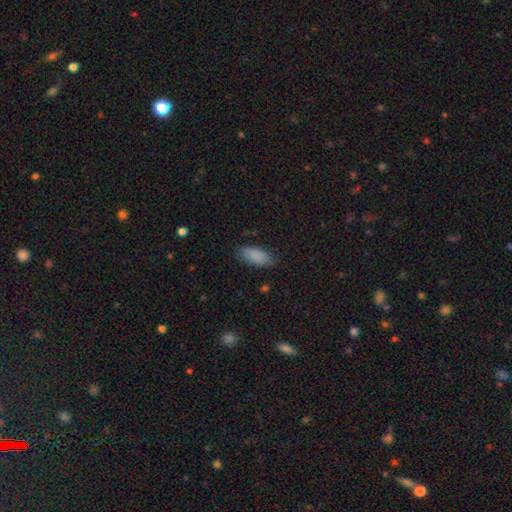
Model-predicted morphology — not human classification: Smooth or featured? Predicted: smooth (p=0.87). How rounded? Predicted: in between (p=0.87). Merging? Predicted: none (p=0.81).